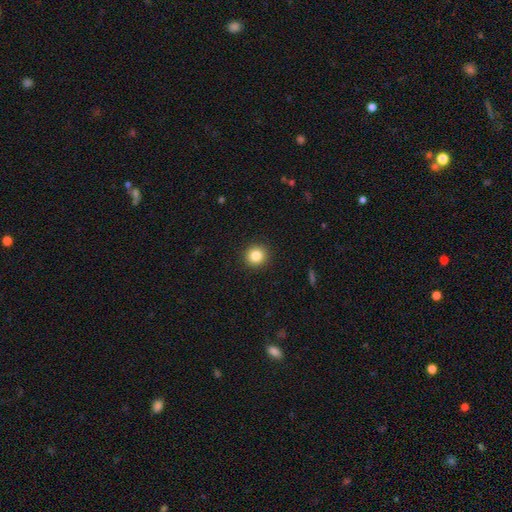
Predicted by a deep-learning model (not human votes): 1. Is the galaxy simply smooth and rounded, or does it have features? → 84% smooth, 11% star or artifact, 6% featured or disk.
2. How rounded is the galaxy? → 93% round, 6% in between, 1% cigar-shaped.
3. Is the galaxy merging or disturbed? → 92% none, 5% minor disturbance, 2% major disturbance, 1% merger.